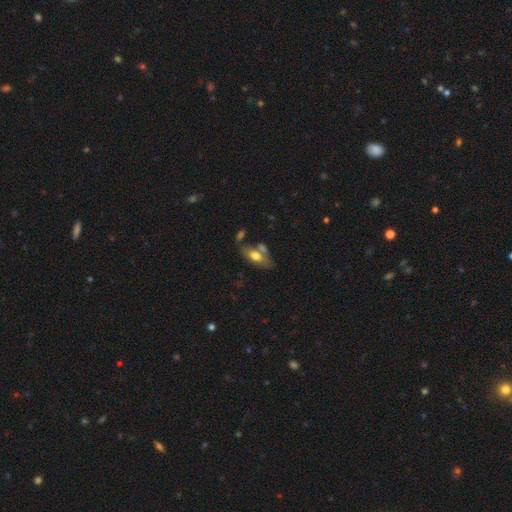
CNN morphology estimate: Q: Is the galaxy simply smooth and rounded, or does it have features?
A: smooth — 64%.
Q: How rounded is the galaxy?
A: in between — 82%.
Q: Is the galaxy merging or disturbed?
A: none — 51%.